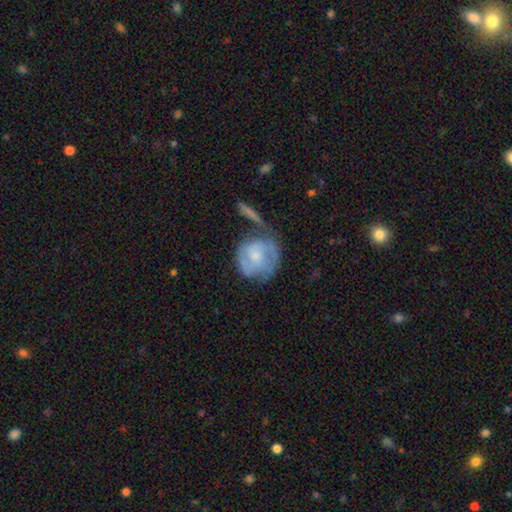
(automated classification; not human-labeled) A featured or disk galaxy (56%) with no bar (68%), spiral arms (68%) and a small central bulge (45%). Merging: none (45%).